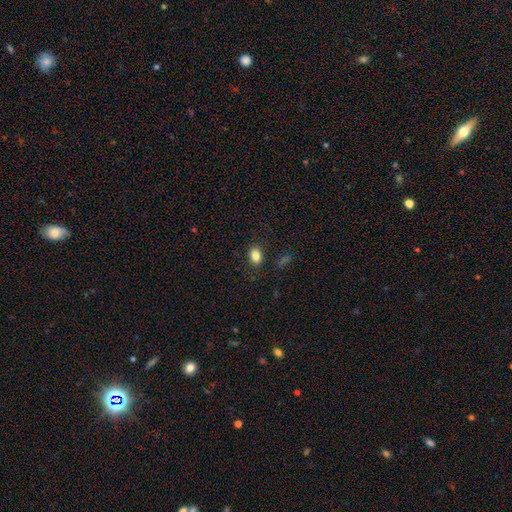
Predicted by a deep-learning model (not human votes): Smooth or featured?
  - smooth: 84% *
  - star or artifact: 10%
  - featured or disk: 6%
How rounded?
  - in between: 77% *
  - round: 22%
  - cigar-shaped: 1%
Merging?
  - none: 85% *
  - minor disturbance: 11%
  - major disturbance: 3%
  - merger: 2%